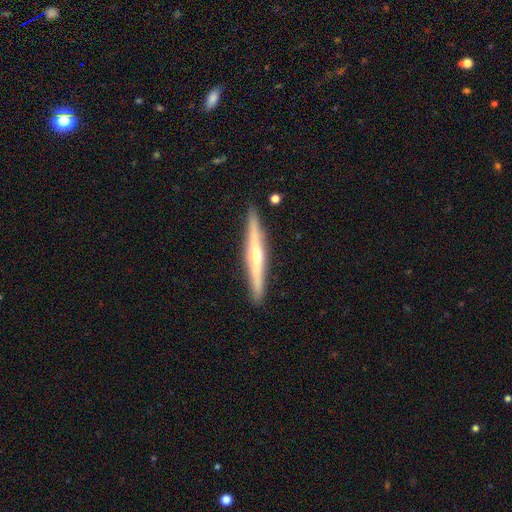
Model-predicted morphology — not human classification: Smooth or featured? featured or disk (71%)
Edge-on disk? yes (97%)
Edge-on bulge? rounded (84%)
Merging? none (91%)